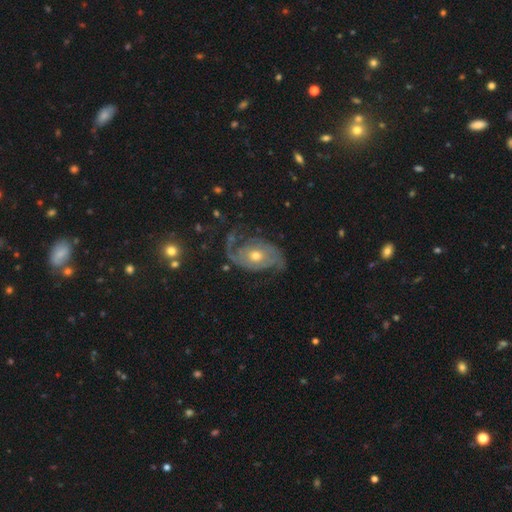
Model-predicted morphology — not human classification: Smooth or featured? Predicted: featured or disk (p=0.85). Edge-on disk? Predicted: no (p=0.96). Bar? Predicted: no (p=0.74). Spiral arms? Predicted: yes (p=0.94). Spiral winding? Predicted: medium (p=0.42). Spiral arm count? Predicted: 2 (p=0.78). Bulge size? Predicted: moderate (p=0.69). Merging? Predicted: none (p=0.67).